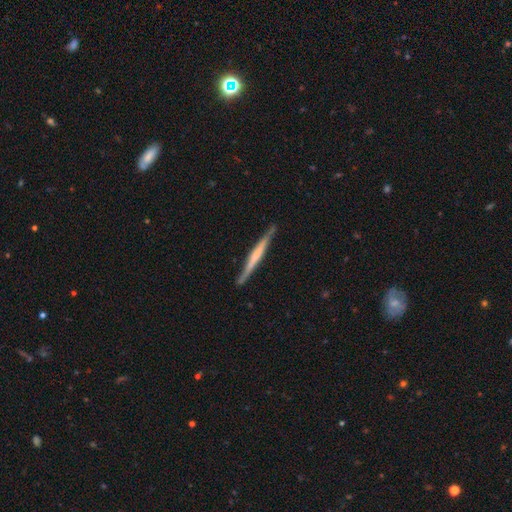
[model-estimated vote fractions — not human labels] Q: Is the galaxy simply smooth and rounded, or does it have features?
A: featured or disk — 64%.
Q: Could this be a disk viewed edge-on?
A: yes — 97%.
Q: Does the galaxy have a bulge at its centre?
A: none — 48%.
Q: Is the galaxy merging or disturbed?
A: none — 86%.